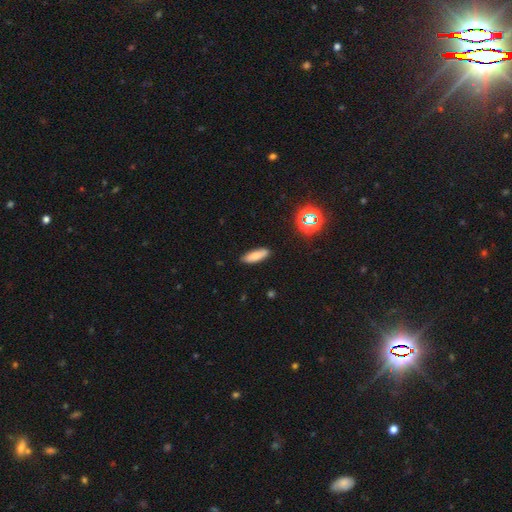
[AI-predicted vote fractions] Smooth or featured? Predicted: smooth (p=0.78). How rounded? Predicted: in between (p=0.58). Merging? Predicted: none (p=0.86).